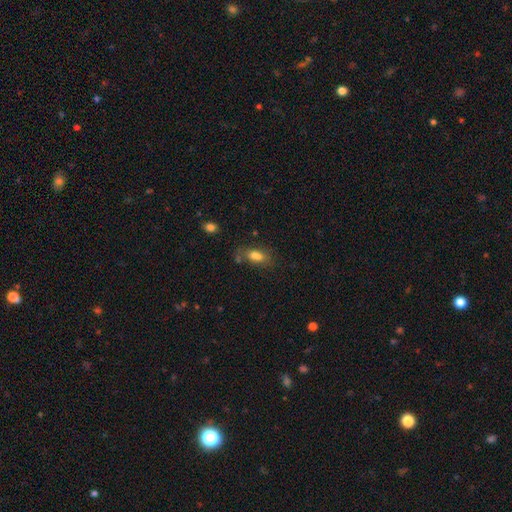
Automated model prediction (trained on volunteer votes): smooth-or-featured: smooth: 74% | featured or disk: 14% | star or artifact: 12%
  how-rounded: in between: 80% | cigar-shaped: 13% | round: 7%
  merging: none: 56% | minor disturbance: 20% | merger: 14% | major disturbance: 10%